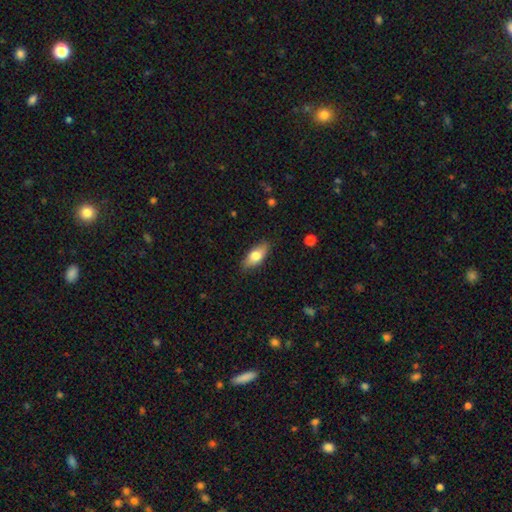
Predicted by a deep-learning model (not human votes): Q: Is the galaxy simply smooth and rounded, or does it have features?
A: smooth — 75%.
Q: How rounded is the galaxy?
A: in between — 82%.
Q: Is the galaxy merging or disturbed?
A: none — 85%.